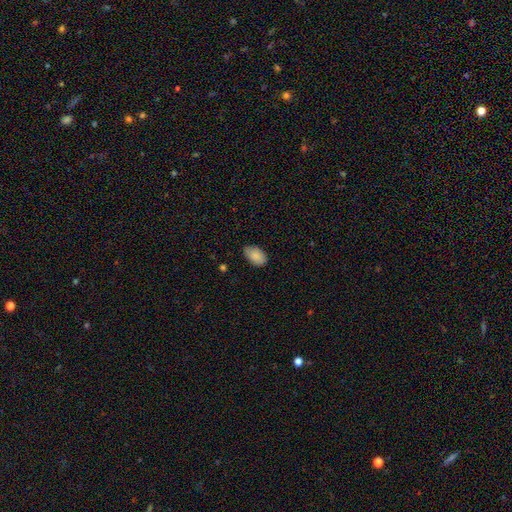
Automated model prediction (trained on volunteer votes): Q: Smooth or featured?
A: smooth (88%); runner-up: star or artifact (7%)
Q: How rounded?
A: in between (91%); runner-up: round (8%)
Q: Merging?
A: none (74%); runner-up: minor disturbance (21%)